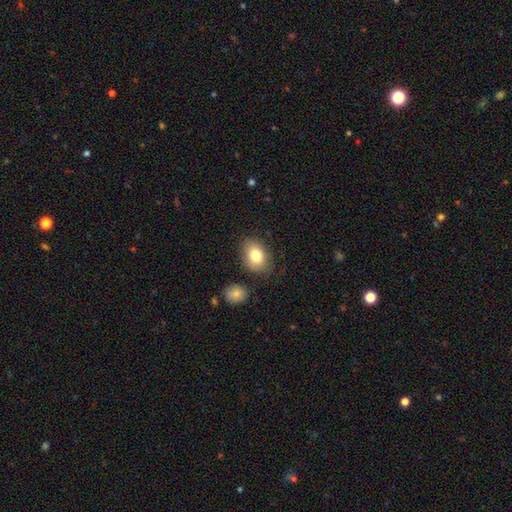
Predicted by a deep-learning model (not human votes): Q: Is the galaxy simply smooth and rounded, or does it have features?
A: smooth — 81%.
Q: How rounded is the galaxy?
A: in between — 70%.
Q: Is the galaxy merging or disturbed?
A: none — 79%.